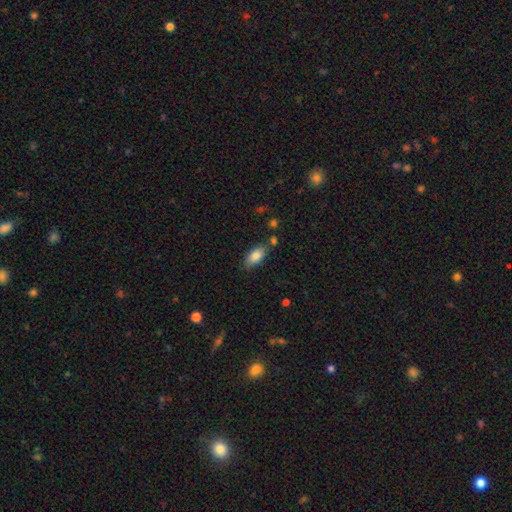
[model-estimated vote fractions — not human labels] smooth_or_featured: smooth (p=0.83) [alt: featured or disk p=0.09]
how_rounded: in between (p=0.90) [alt: cigar-shaped p=0.07]
merging: none (p=0.75) [alt: minor disturbance p=0.15]